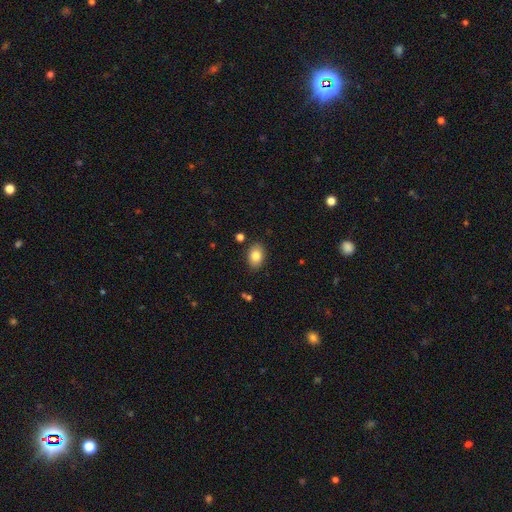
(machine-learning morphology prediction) smooth-or-featured: smooth: 83% | featured or disk: 9% | star or artifact: 8%
  how-rounded: in between: 80% | round: 19% | cigar-shaped: 1%
  merging: none: 86% | minor disturbance: 10% | major disturbance: 2% | merger: 2%